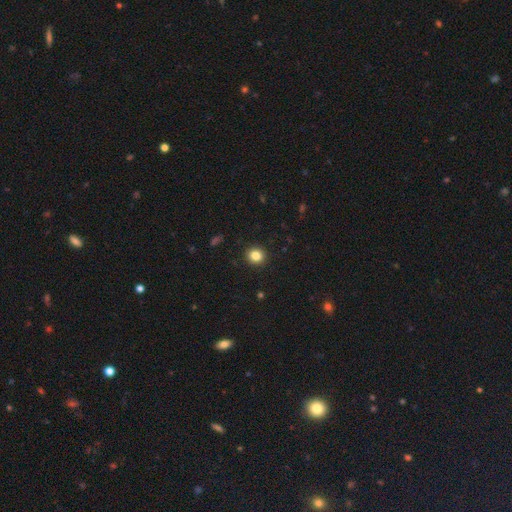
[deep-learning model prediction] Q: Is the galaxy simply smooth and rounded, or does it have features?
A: smooth — 84%.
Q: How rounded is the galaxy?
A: round — 89%.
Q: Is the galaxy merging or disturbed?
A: none — 92%.